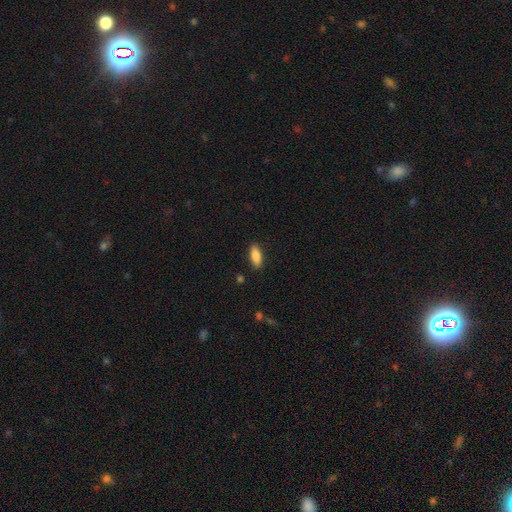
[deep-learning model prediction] smooth_or_featured: smooth (p=0.86) [alt: featured or disk p=0.07]
how_rounded: in between (p=0.77) [alt: cigar-shaped p=0.21]
merging: none (p=0.87) [alt: minor disturbance p=0.09]